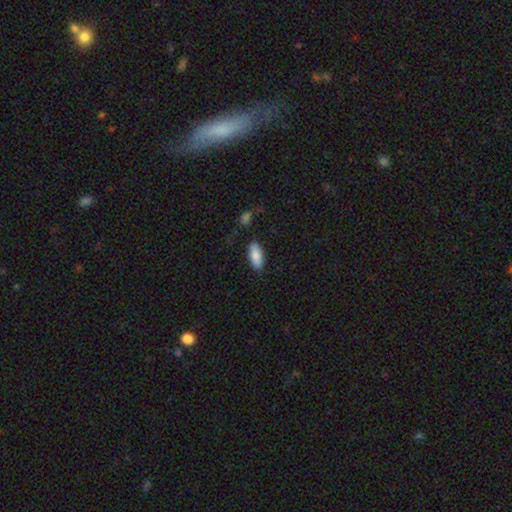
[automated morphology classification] Smooth or featured? smooth (85%)
How rounded? in between (84%)
Merging? none (85%)